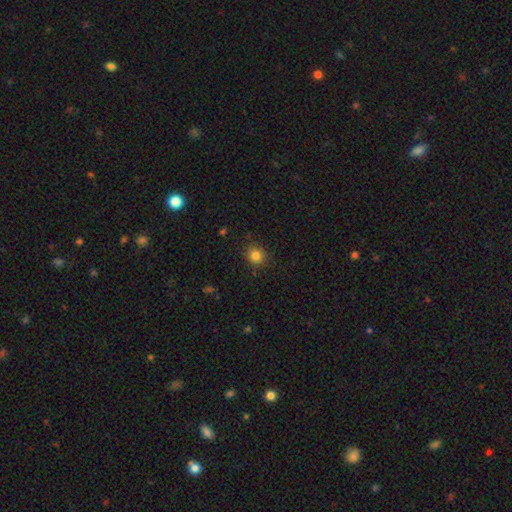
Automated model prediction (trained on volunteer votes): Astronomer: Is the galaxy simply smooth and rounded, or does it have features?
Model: smooth — 83%.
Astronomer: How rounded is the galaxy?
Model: round — 86%.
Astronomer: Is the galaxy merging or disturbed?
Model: none — 87%.